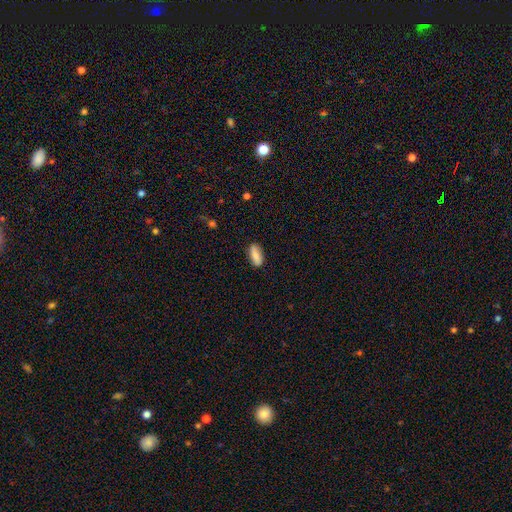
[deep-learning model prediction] Smooth or featured? Predicted: smooth (p=0.85). How rounded? Predicted: in between (p=0.77). Merging? Predicted: none (p=0.82).